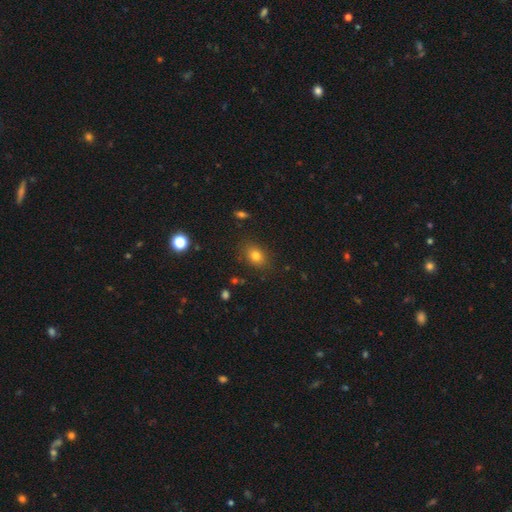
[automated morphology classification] Smooth or featured? smooth (79%)
How rounded? in between (65%)
Merging? none (84%)